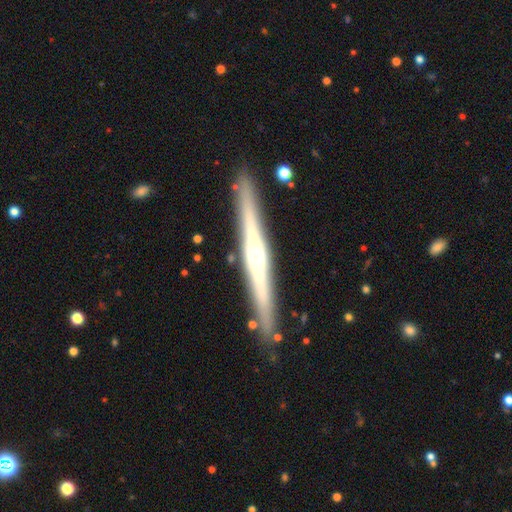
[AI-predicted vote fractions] The model was most divided on "edge-on bulge": rounded: 74%, none: 18%, boxy: 8%. More confident: edge-on disk — yes (97%); merging — none (88%); smooth or featured — featured or disk (79%).